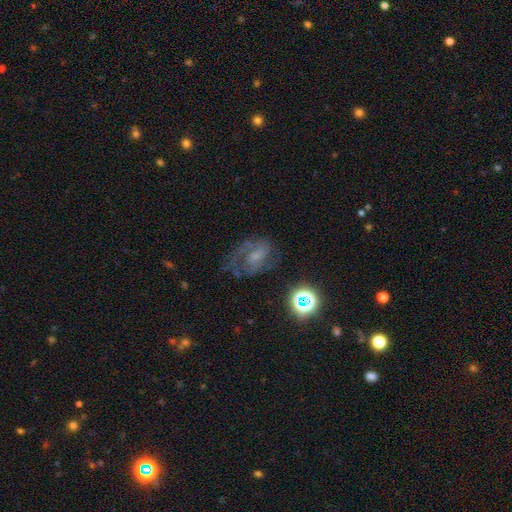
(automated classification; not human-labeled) smooth-or-featured: featured or disk: 65% | smooth: 21% | star or artifact: 14%
  disk-edge-on: no: 97% | yes: 3%
    bar: no: 52% | weak: 40% | strong: 9%
    has-spiral-arms: yes: 85% | no: 15%
      spiral-winding: medium: 48% | tight: 32% | loose: 21%
      spiral-arm-count: 2: 52% | can't tell: 21% | 1: 17% | 3: 6% | 4: 2% | more than 4: 2%
    bulge-size: small: 51% | moderate: 25% | none: 19% | large: 3% | dominant: 1%
  merging: none: 52% | major disturbance: 23% | minor disturbance: 22% | merger: 3%